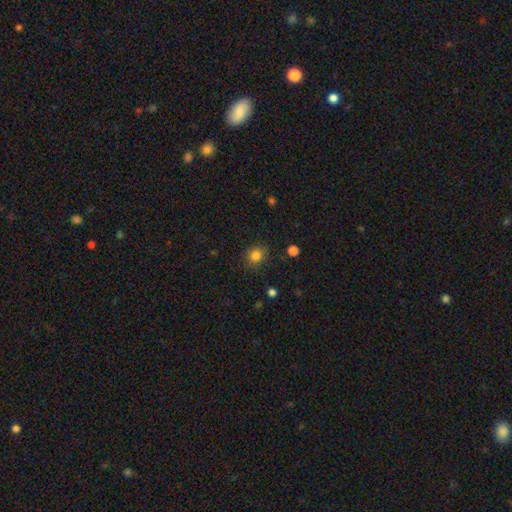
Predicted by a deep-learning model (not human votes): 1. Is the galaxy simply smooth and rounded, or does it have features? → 83% smooth, 12% star or artifact, 5% featured or disk.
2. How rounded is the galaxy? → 75% round, 24% in between, 1% cigar-shaped.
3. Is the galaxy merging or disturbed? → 85% none, 11% minor disturbance, 3% major disturbance, 1% merger.